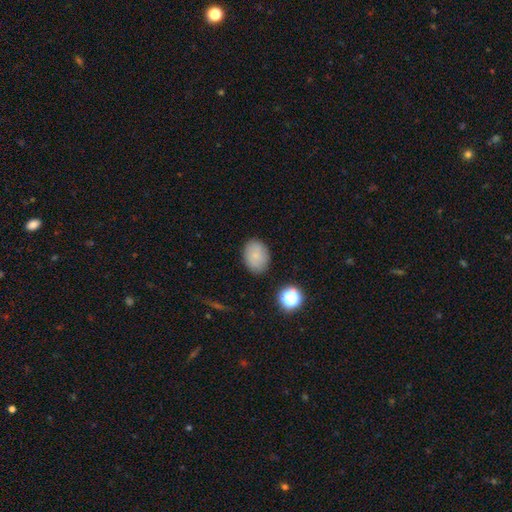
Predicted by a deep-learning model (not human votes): Smooth or featured? Predicted: smooth (p=0.78). How rounded? Predicted: in between (p=0.68). Merging? Predicted: none (p=0.83).